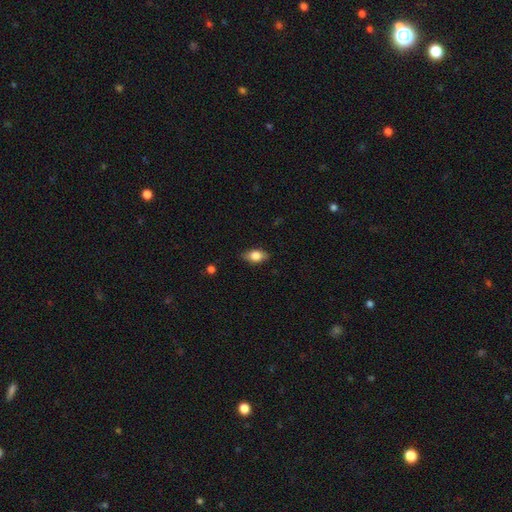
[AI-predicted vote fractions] Smooth or featured?
  - smooth: 76% *
  - featured or disk: 16%
  - star or artifact: 7%
How rounded?
  - in between: 86% *
  - round: 8%
  - cigar-shaped: 5%
Merging?
  - none: 82% *
  - minor disturbance: 14%
  - major disturbance: 3%
  - merger: 1%